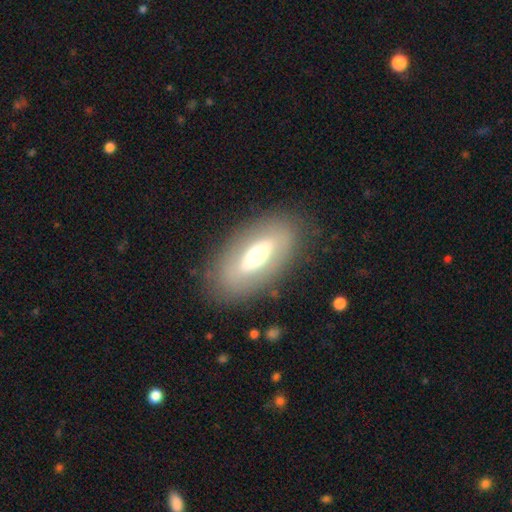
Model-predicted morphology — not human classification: Smooth or featured?
  - featured or disk: 47% *
  - smooth: 46%
  - star or artifact: 7%
Merging?
  - none: 83% *
  - minor disturbance: 11%
  - major disturbance: 5%
  - merger: 1%